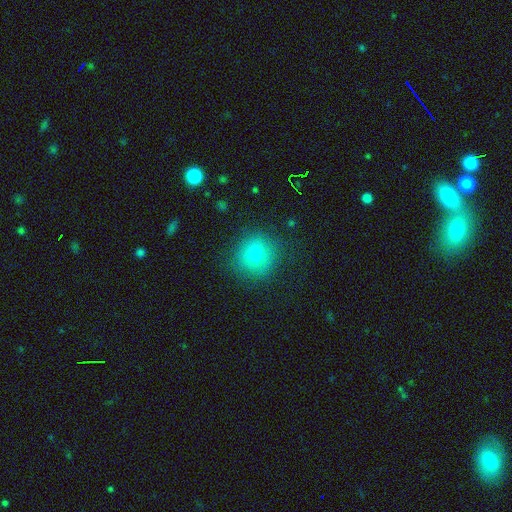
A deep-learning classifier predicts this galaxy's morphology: Smooth or featured: smooth — 74% (star or artifact — 14%)
How rounded: round — 88% (in between — 11%)
Merging: none — 83% (minor disturbance — 11%)